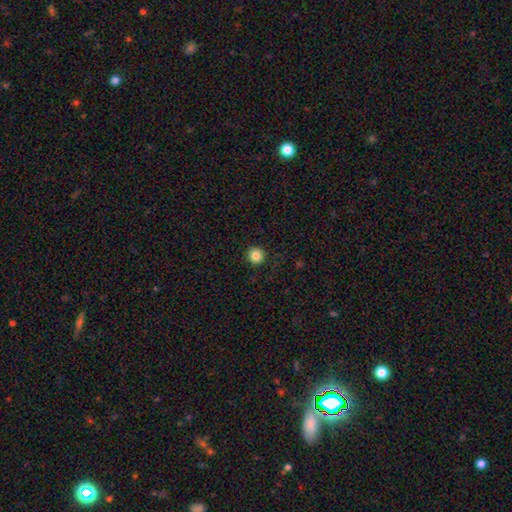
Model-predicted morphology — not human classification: A smooth galaxy with no disk features (84%) that is round (95%).

Vote fractions:
- Smooth or featured? smooth: 84% / star or artifact: 11% / featured or disk: 5%
- How rounded? round: 95% / in between: 4% / cigar-shaped: 1%
- Merging? none: 92% / minor disturbance: 5% / major disturbance: 2% / merger: 1%